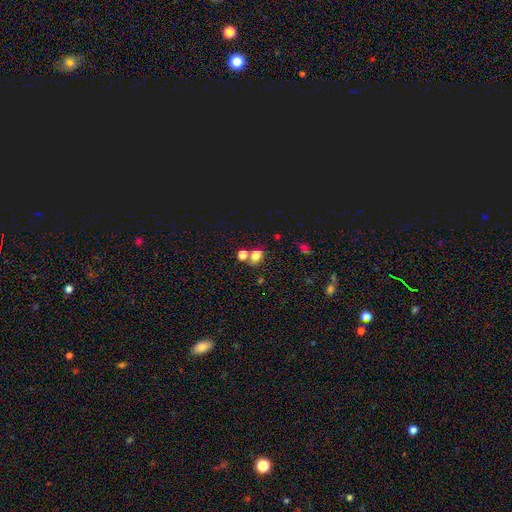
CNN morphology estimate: type=smooth (73%); roundness=in between (66%); merging=none (53%).